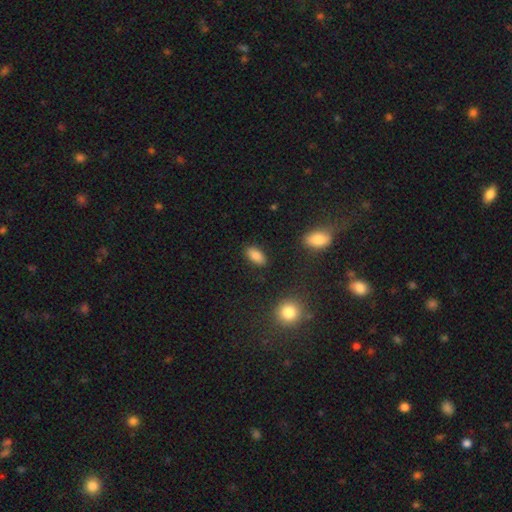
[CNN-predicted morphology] This is clearly a smooth galaxy (86%). How rounded: clearly in between (92%). Merging: clearly none (88%).